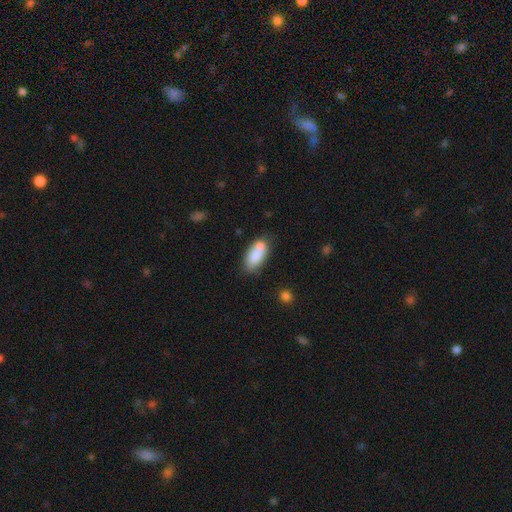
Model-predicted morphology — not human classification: Smooth or featured? smooth (81%)
How rounded? in between (84%)
Merging? none (57%)